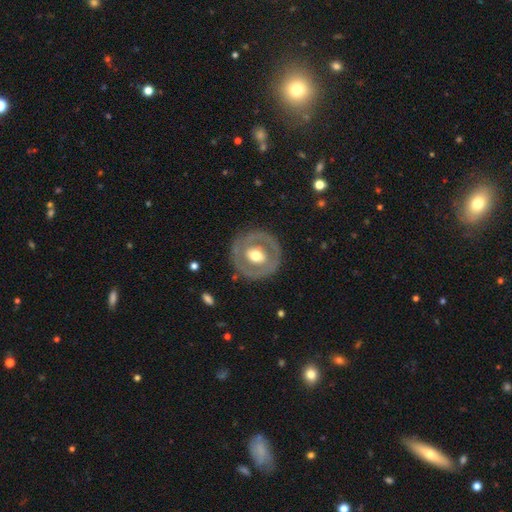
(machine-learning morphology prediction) The model was most divided on "smooth or featured": featured or disk: 59%, smooth: 36%, star or artifact: 5%. More confident: edge-on disk — no (95%); merging — none (82%); spiral arms — no (80%); bulge size — moderate (68%); bar — no (58%).